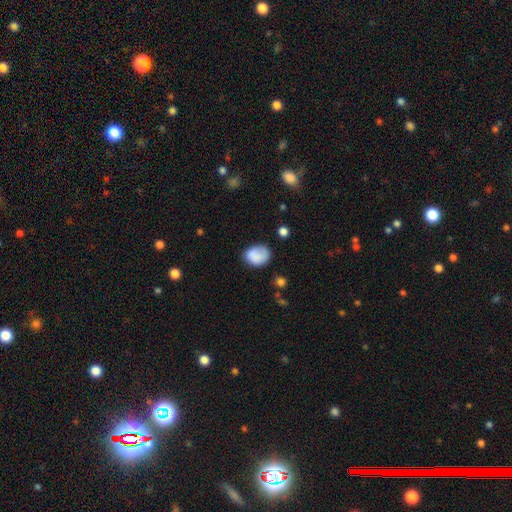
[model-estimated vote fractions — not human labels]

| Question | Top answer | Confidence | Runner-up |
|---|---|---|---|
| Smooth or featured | smooth | 82% | featured or disk (10%) |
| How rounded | in between | 55% | round (44%) |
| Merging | none | 60% | minor disturbance (27%) |